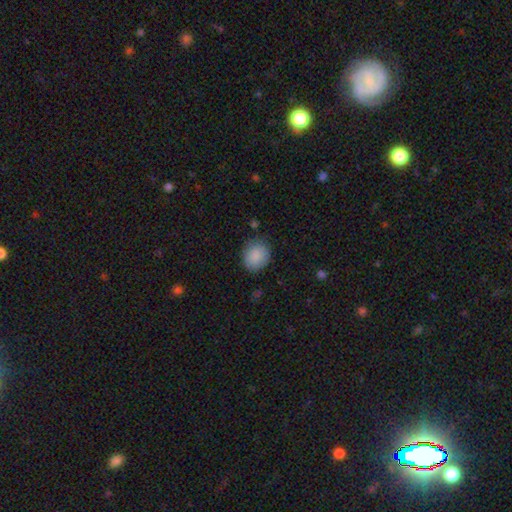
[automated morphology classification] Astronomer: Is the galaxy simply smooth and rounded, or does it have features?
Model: smooth — 88%.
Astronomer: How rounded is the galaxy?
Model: round — 69%.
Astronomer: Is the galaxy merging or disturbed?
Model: none — 81%.